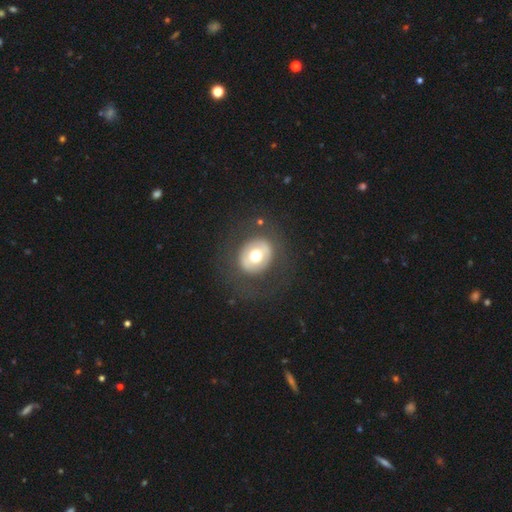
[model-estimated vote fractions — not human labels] Overall: smooth (55%; featured or disk 36%). How rounded: round (72%). Merging: none (79%).